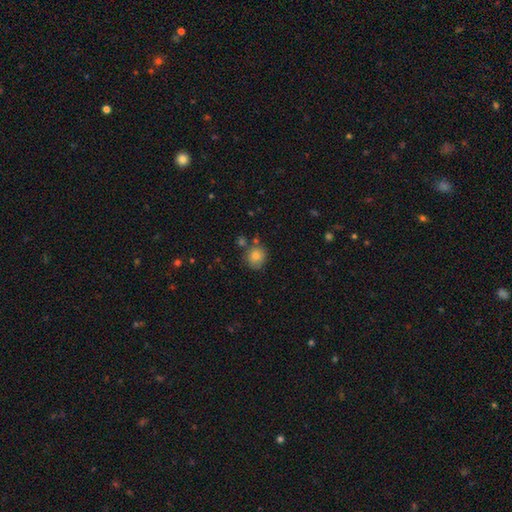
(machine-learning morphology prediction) A smooth galaxy with no disk features (82%) that is round (78%). Merging: none (72%).